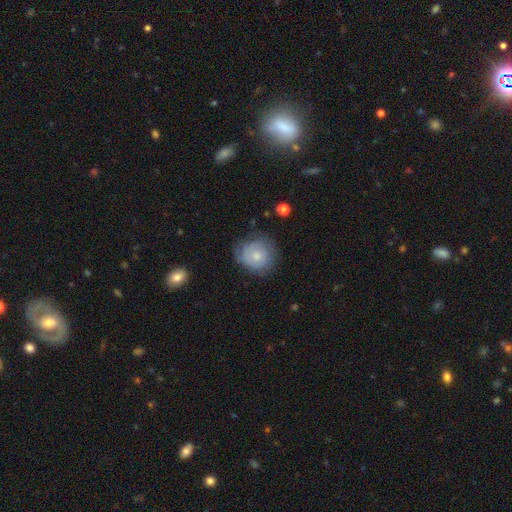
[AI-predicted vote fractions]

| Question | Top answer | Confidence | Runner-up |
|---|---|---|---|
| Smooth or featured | smooth | 64% | featured or disk (28%) |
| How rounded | round | 83% | in between (16%) |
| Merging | none | 63% | minor disturbance (26%) |